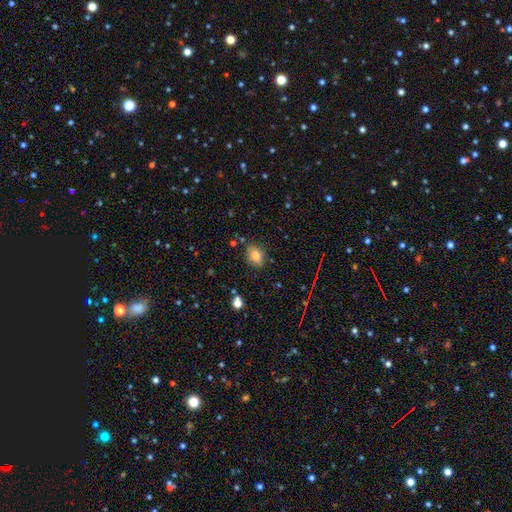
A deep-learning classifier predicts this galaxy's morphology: Smooth or featured? Predicted: smooth (p=0.81). How rounded? Predicted: in between (p=0.70). Merging? Predicted: none (p=0.77).